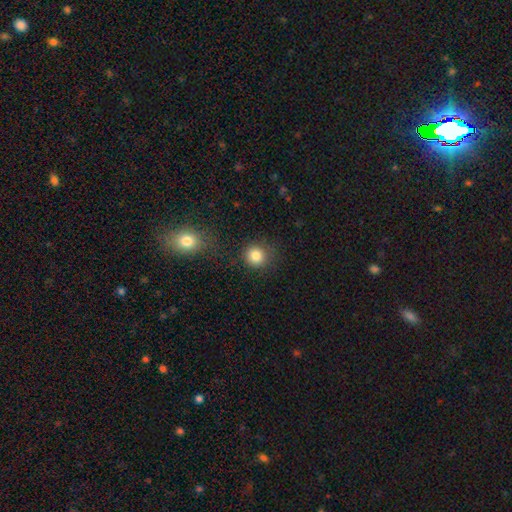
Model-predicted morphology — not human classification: Smooth or featured: smooth — 85% (star or artifact — 11%)
How rounded: round — 91% (in between — 8%)
Merging: none — 83% (minor disturbance — 9%)